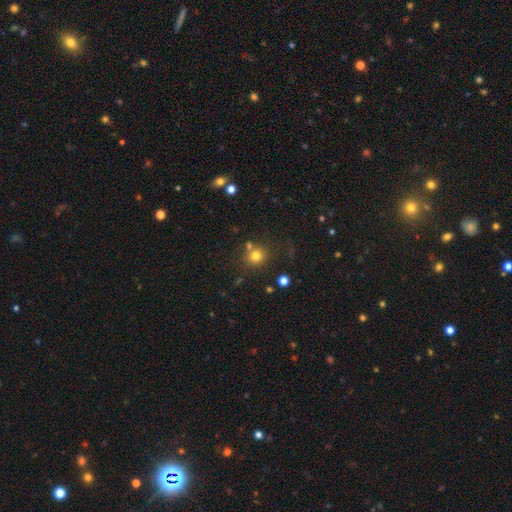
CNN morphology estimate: Smooth or featured?
  - smooth: 77% *
  - star or artifact: 15%
  - featured or disk: 8%
How rounded?
  - round: 89% *
  - in between: 10%
  - cigar-shaped: 1%
Merging?
  - none: 74% *
  - merger: 12%
  - minor disturbance: 10%
  - major disturbance: 4%